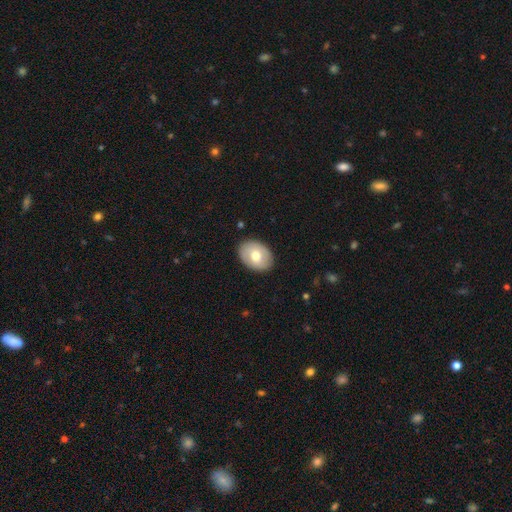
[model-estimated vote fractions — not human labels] A smooth galaxy with no disk features (65%) that is in between round and cigar-shaped (73%).

Vote fractions:
- Smooth or featured? smooth: 65% / featured or disk: 29% / star or artifact: 6%
- How rounded? in between: 73% / round: 26% / cigar-shaped: 1%
- Merging? none: 87% / minor disturbance: 10% / major disturbance: 2% / merger: 1%